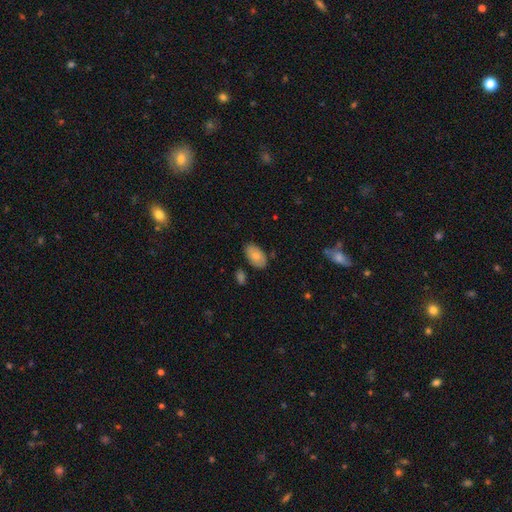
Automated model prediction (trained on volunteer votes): Morphology: type=smooth (75%); roundness=in between (94%); merging=none (79%).